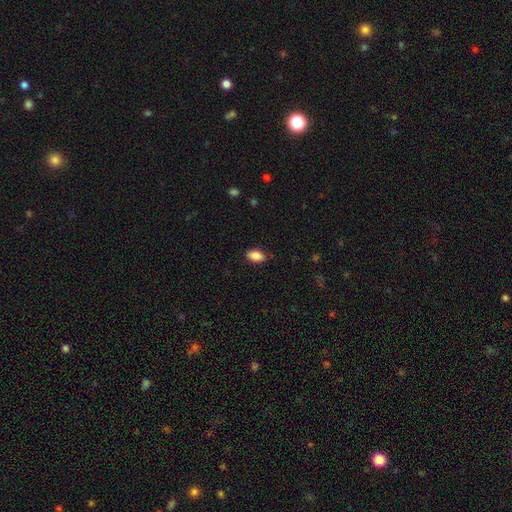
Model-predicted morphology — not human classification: Smooth or featured? smooth (88%)
How rounded? in between (92%)
Merging? none (84%)